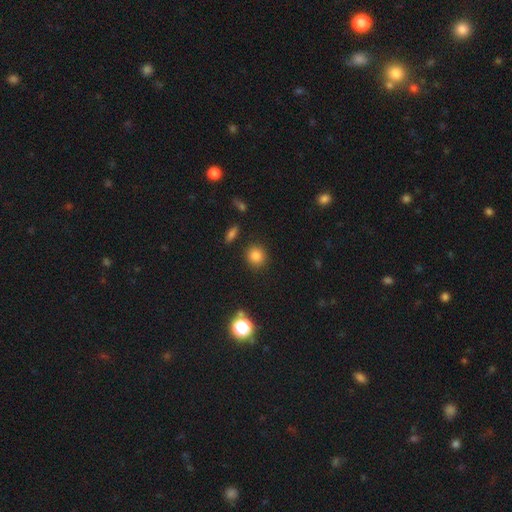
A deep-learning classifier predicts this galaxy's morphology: Overall: smooth (82%). How rounded: round (88%). Merging: none (88%).